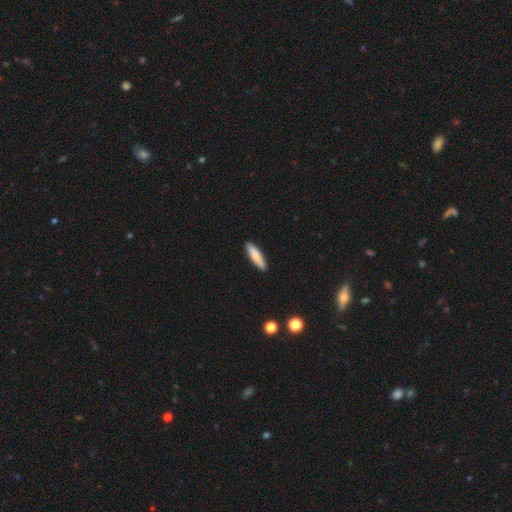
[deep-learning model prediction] Overall: smooth (80%). How rounded: cigar-shaped (71%). Merging: none (89%).